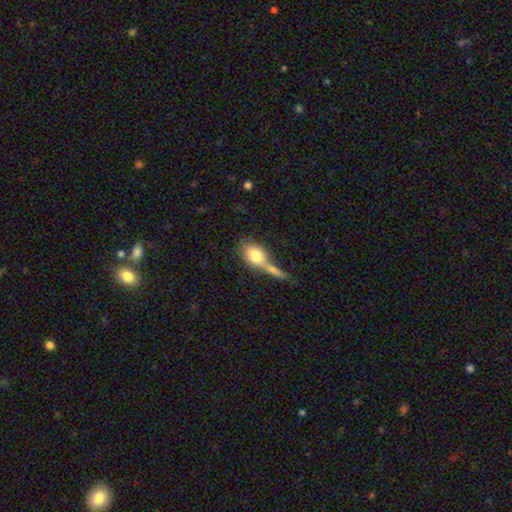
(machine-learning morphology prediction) Overall: smooth (76%). How rounded: in between (66%; round 27%). Merging: merger (43%; none 34%).